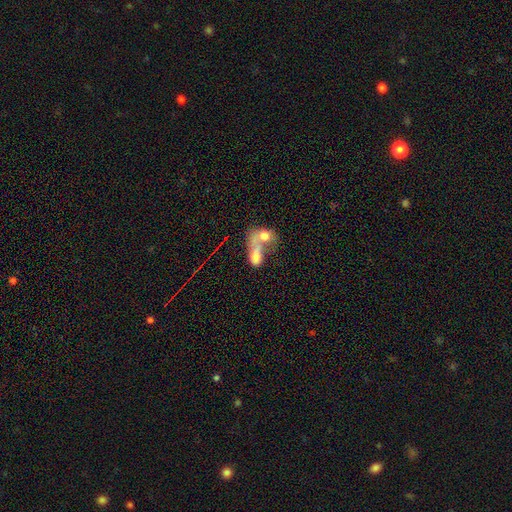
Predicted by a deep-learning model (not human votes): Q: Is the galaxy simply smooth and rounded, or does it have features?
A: smooth — 62%.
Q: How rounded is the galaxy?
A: in between — 75%.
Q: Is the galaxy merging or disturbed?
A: merger — 74%.